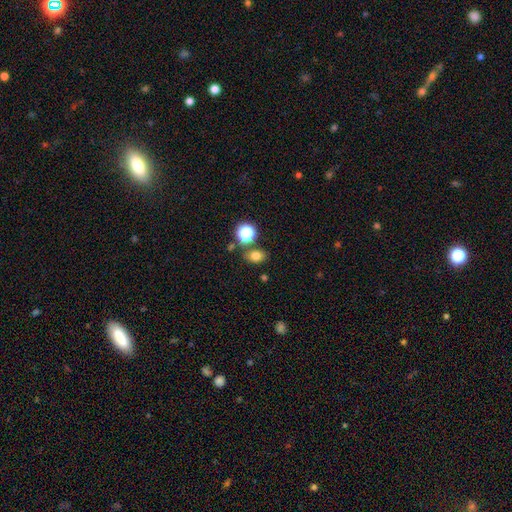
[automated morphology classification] Smooth or featured?
  - smooth: 74% *
  - star or artifact: 17%
  - featured or disk: 9%
How rounded?
  - in between: 64% *
  - round: 35%
  - cigar-shaped: 1%
Merging?
  - none: 76% *
  - minor disturbance: 11%
  - merger: 10%
  - major disturbance: 3%